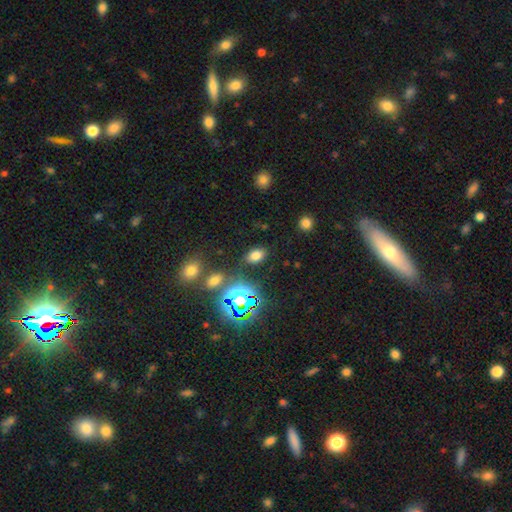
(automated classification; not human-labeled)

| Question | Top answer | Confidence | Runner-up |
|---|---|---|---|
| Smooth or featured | smooth | 69% | star or artifact (23%) |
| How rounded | in between | 85% | round (13%) |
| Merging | none | 82% | minor disturbance (10%) |